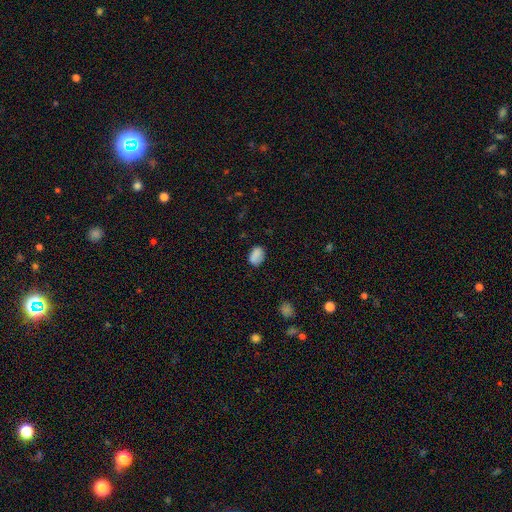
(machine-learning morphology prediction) Overall: smooth (85%). How rounded: in between (83%). Merging: none (77%).